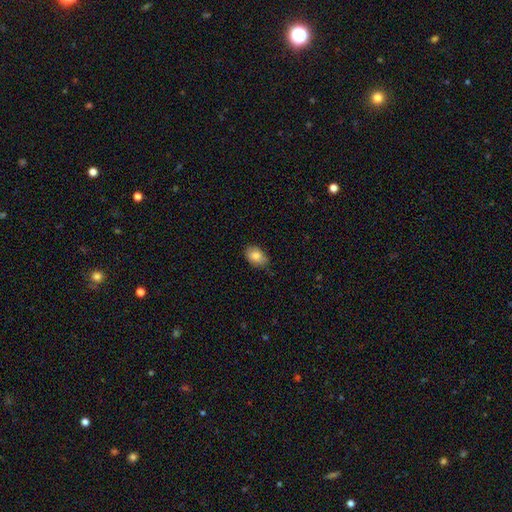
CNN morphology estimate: A smooth galaxy with no disk features (82%) that is in between round and cigar-shaped (80%).

Vote fractions:
- Smooth or featured? smooth: 82% / featured or disk: 10% / star or artifact: 8%
- How rounded? in between: 80% / round: 19% / cigar-shaped: 1%
- Merging? none: 70% / minor disturbance: 26% / major disturbance: 3% / merger: 1%